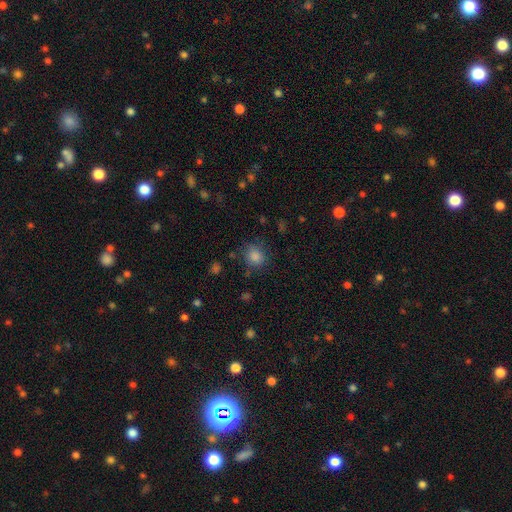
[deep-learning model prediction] Smooth or featured? Predicted: smooth (p=0.82). How rounded? Predicted: round (p=0.78). Merging? Predicted: none (p=0.79).